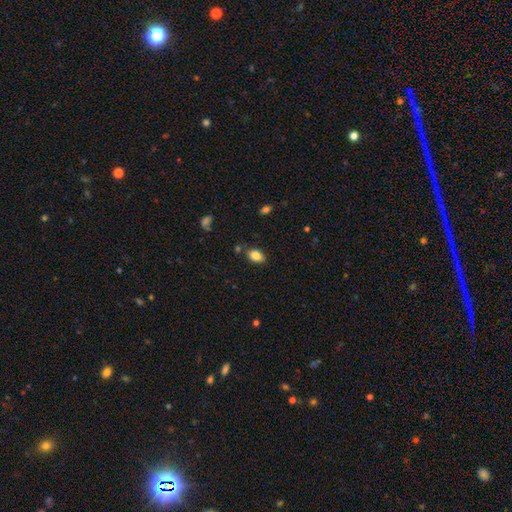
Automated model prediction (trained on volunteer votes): smooth-or-featured: smooth: 86% | star or artifact: 9% | featured or disk: 6%
  how-rounded: in between: 88% | round: 11% | cigar-shaped: 2%
  merging: none: 81% | minor disturbance: 12% | merger: 5% | major disturbance: 3%